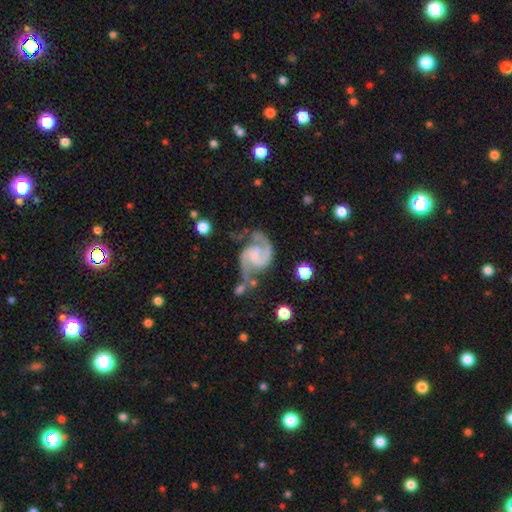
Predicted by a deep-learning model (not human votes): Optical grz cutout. It shows a featured or disk galaxy (92%) with no bar (45%), 2 (93%) medium (60%) spiral arms (98%) and a small central bulge (40%). Merging: none (56%).